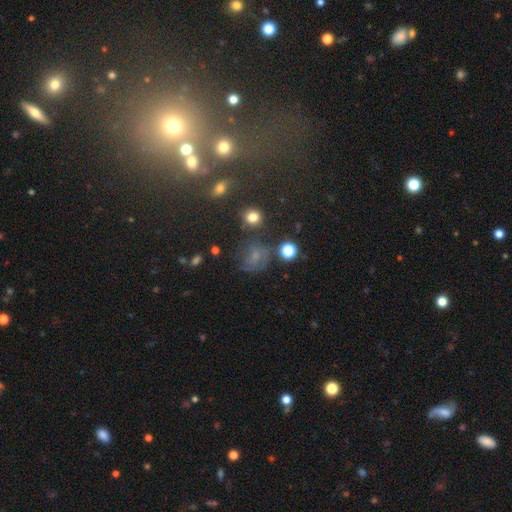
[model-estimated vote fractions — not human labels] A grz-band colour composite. It shows a smooth galaxy with no disk features (44%). Merging: none (62%).